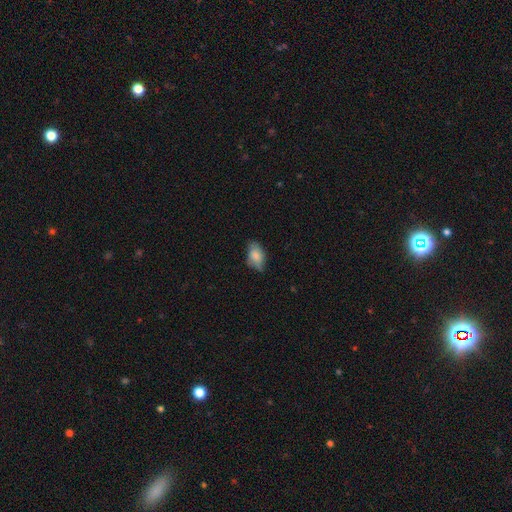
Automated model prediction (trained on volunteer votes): Morphology: type=smooth (78%); roundness=in between (89%); merging=none (63%).